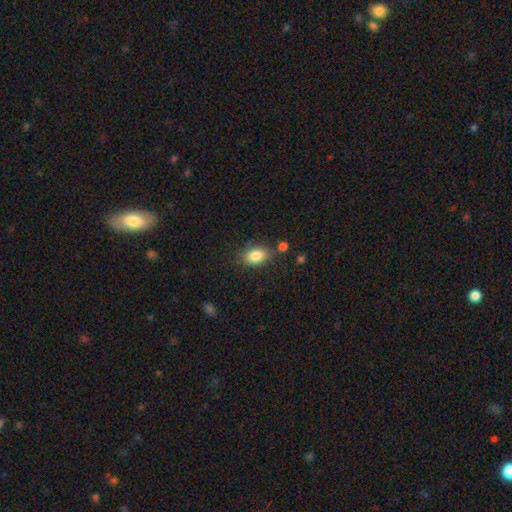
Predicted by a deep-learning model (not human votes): Overall: smooth (84%). How rounded: in between (83%). Merging: none (75%).